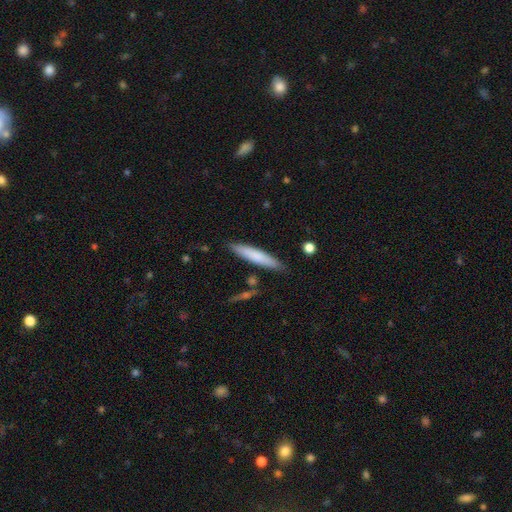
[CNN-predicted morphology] smooth 73%, featured or disk 21%, star or artifact 6%. Down the decision tree: how rounded — cigar-shaped (90%); merging — none (86%).